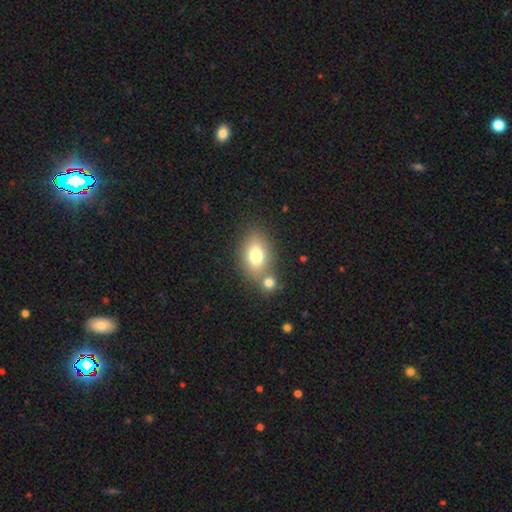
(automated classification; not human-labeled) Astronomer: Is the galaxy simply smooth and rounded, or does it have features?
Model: smooth — 76%.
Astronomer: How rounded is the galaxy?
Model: in between — 78%.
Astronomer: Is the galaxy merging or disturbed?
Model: none — 54% (runner-up: merger, 31%).